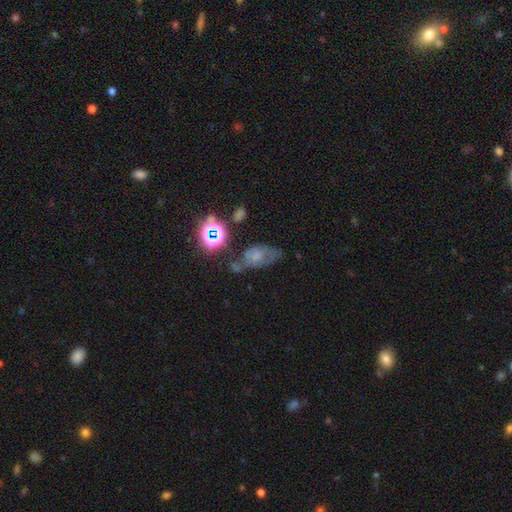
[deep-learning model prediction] Q: Smooth or featured?
A: smooth (46%); runner-up: featured or disk (31%)
Q: Merging?
A: none (39%); runner-up: minor disturbance (27%)